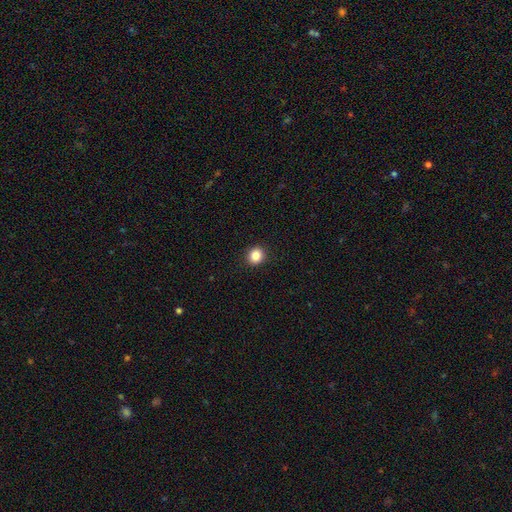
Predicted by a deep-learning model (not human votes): smooth 85%, star or artifact 10%, featured or disk 4%. Down the decision tree: how rounded — round (84%); merging — none (92%).